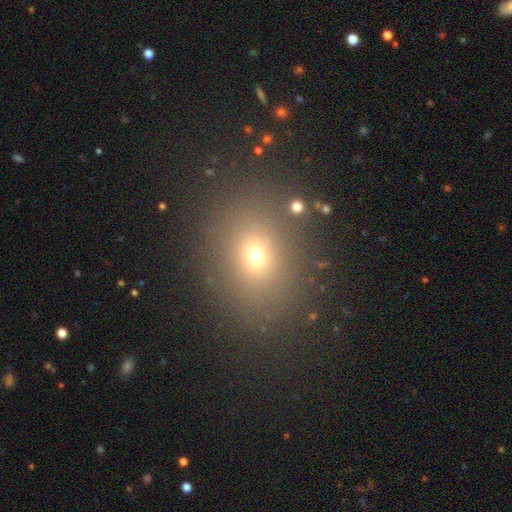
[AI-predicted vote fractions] This appears to be a smooth galaxy with no disk features (65%) that is round (57%). Merging: none (83%).